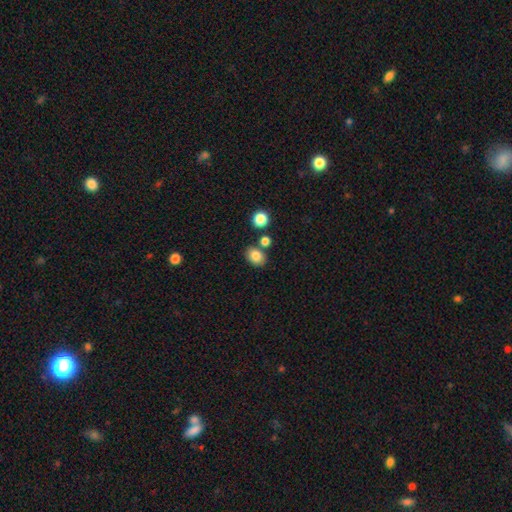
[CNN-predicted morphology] smooth-or-featured: smooth: 84% | star or artifact: 10% | featured or disk: 6%
  how-rounded: in between: 64% | round: 35% | cigar-shaped: 1%
  merging: none: 73% | merger: 13% | minor disturbance: 11% | major disturbance: 3%